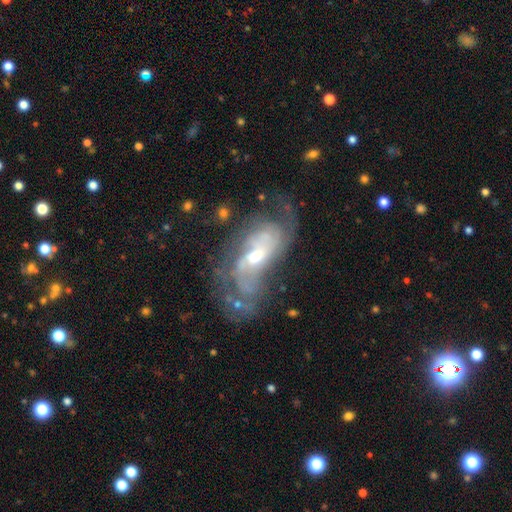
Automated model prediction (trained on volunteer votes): Overall: featured or disk (80%). Edge-on disk: no (93%). Bar: no (50%; weak 38%). Spiral arms: yes (87%). Spiral arm count: 2 (37%; can't tell 34%). Spiral winding: medium (41%; tight 38%). Bulge size: moderate (56%; small 36%). Merging: none (48%; major disturbance 25%).